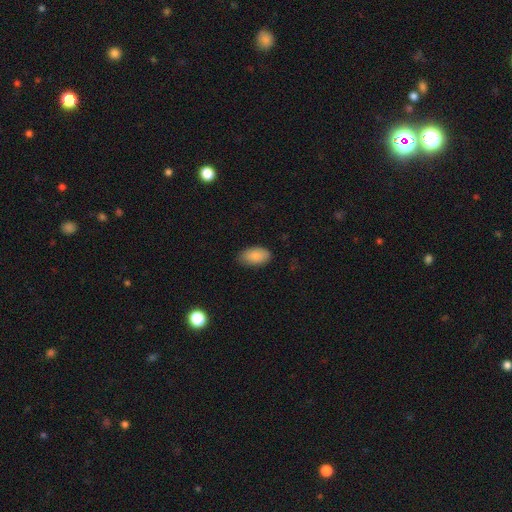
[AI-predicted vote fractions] Smooth or featured?
  - smooth: 88% *
  - star or artifact: 7%
  - featured or disk: 5%
How rounded?
  - in between: 94% *
  - round: 4%
  - cigar-shaped: 2%
Merging?
  - none: 82% *
  - minor disturbance: 15%
  - major disturbance: 3%
  - merger: 1%